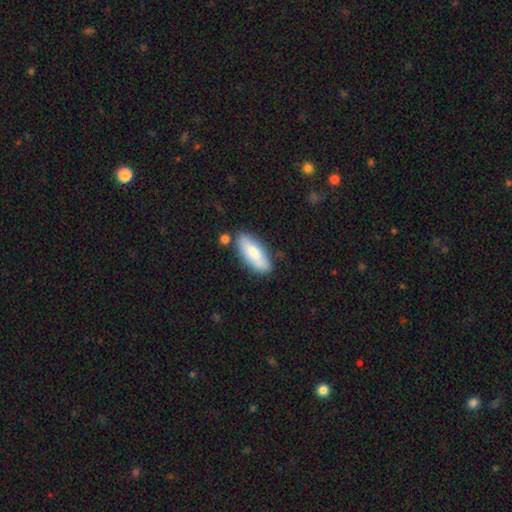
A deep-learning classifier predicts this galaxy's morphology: This appears to be a smooth galaxy with no disk features (75%) that is in between round and cigar-shaped (76%). Merging: none (75%).